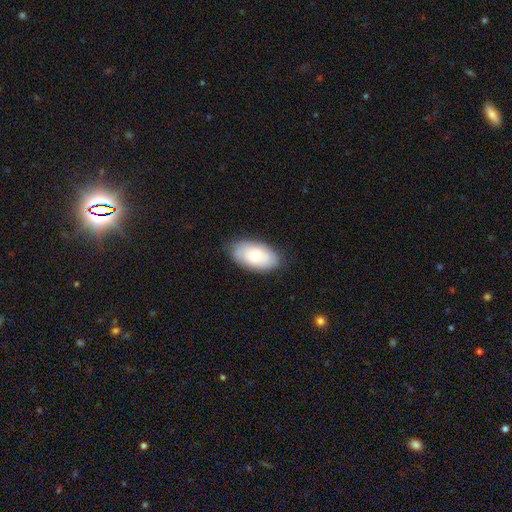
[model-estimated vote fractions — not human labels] Smooth or featured: smooth — 64% (featured or disk — 30%)
How rounded: in between — 94% (round — 4%)
Merging: none — 81% (minor disturbance — 15%)